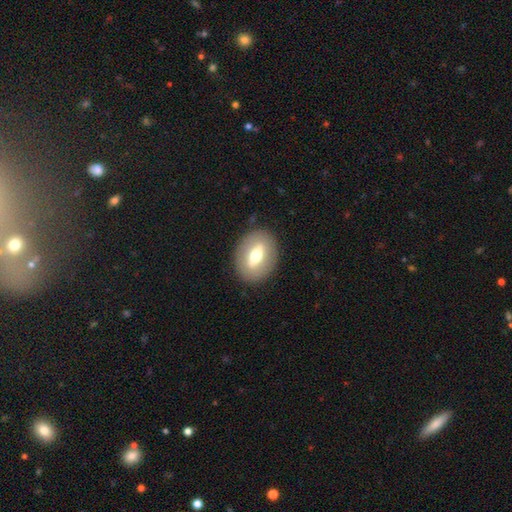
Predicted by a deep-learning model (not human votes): Overall: featured or disk (47%; smooth 46%). Merging: none (86%).